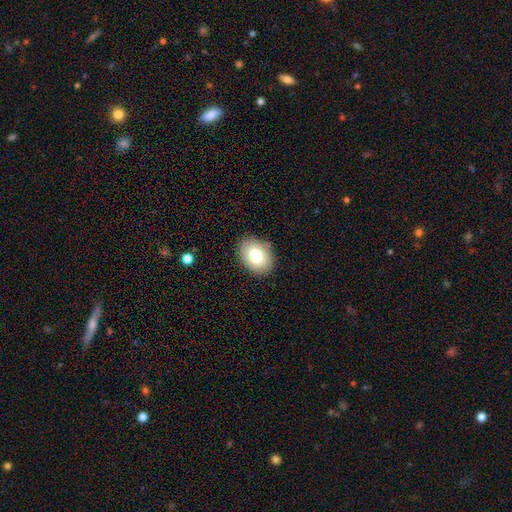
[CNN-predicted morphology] Overall: smooth (78%). How rounded: in between (76%). Merging: none (85%).